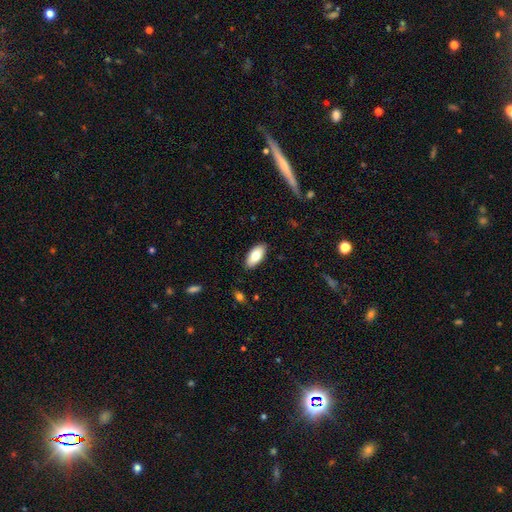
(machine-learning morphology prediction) smooth_or_featured: smooth (p=0.78) [alt: featured or disk p=0.15]
how_rounded: in between (p=0.91) [alt: cigar-shaped p=0.07]
merging: none (p=0.88) [alt: minor disturbance p=0.09]